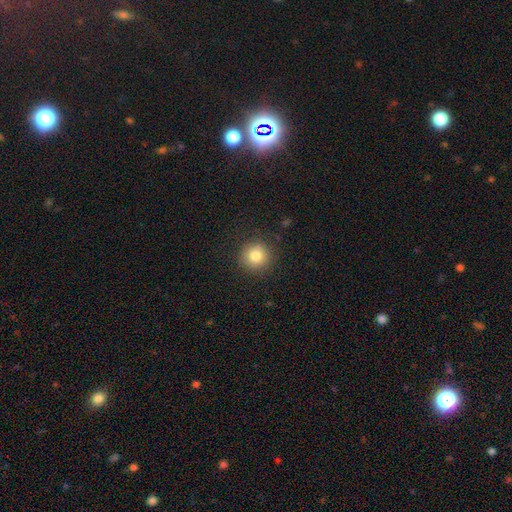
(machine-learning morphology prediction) type=smooth (82%); roundness=round (93%); merging=none (89%).